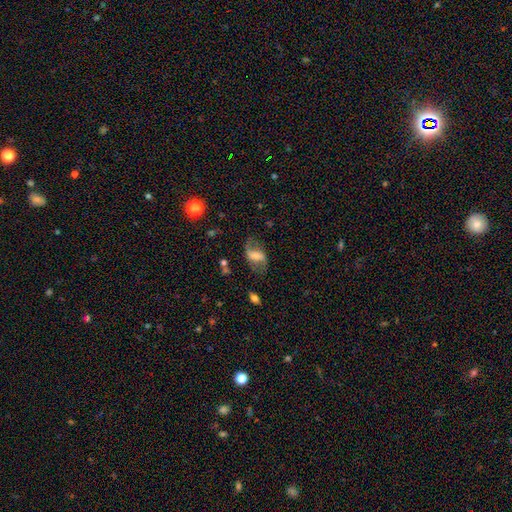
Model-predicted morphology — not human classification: Q: Smooth or featured?
A: featured or disk (59%); runner-up: smooth (32%)
Q: Edge-on disk?
A: no (95%); runner-up: yes (5%)
Q: Bar?
A: weak (39%); runner-up: strong (38%)
Q: Spiral arms?
A: yes (81%); runner-up: no (19%)
Q: Bulge size?
A: small (28%); runner-up: moderate (26%)
Q: Merging?
A: none (59%); runner-up: minor disturbance (22%)